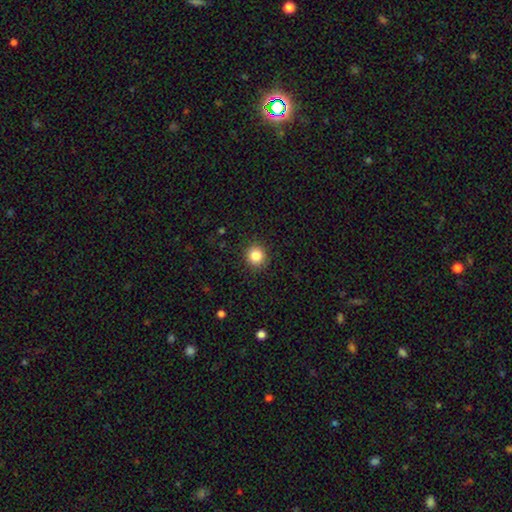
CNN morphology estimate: A smooth galaxy with no disk features (85%) that is round (91%).

Vote fractions:
- Smooth or featured? smooth: 85% / star or artifact: 11% / featured or disk: 5%
- How rounded? round: 91% / in between: 8% / cigar-shaped: 1%
- Merging? none: 90% / minor disturbance: 6% / major disturbance: 2% / merger: 1%